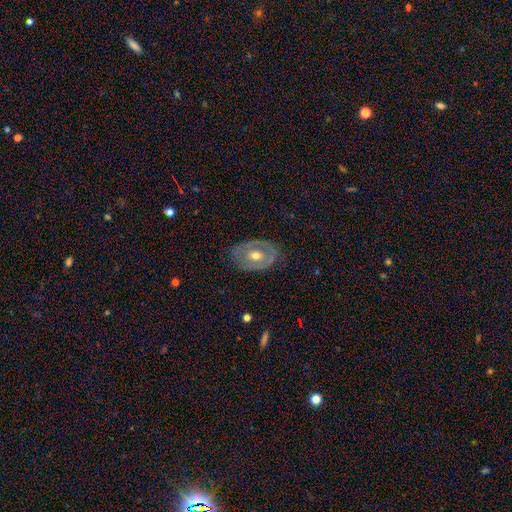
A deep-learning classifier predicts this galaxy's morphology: A featured or disk galaxy (65%) with no bar (75%), no spiral arms (71%) and a moderate central bulge (75%).

Vote fractions:
- Smooth or featured? featured or disk: 65% / smooth: 28% / star or artifact: 6%
- Edge-on disk? no: 93% / yes: 7%
- Bar? no: 75% / weak: 19% / strong: 6%
- Spiral arms? no: 71% / yes: 29%
- Bulge size? moderate: 75% / small: 15% / large: 8% / none: 1% / dominant: 1%
- Merging? none: 76% / minor disturbance: 17% / major disturbance: 6% / merger: 1%